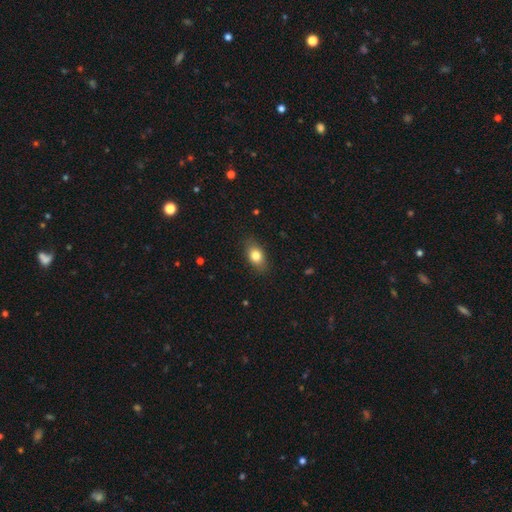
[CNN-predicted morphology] smooth_or_featured: smooth (p=0.80) [alt: featured or disk p=0.12]
how_rounded: in between (p=0.84) [alt: round p=0.12]
merging: none (p=0.84) [alt: minor disturbance p=0.12]